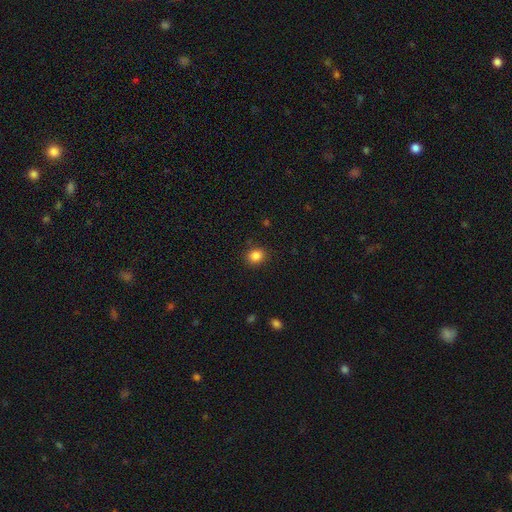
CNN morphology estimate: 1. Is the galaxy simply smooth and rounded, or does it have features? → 85% smooth, 11% star or artifact, 4% featured or disk.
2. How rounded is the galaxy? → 68% round, 31% in between, 1% cigar-shaped.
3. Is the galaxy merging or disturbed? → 89% none, 8% minor disturbance, 2% major disturbance, 1% merger.